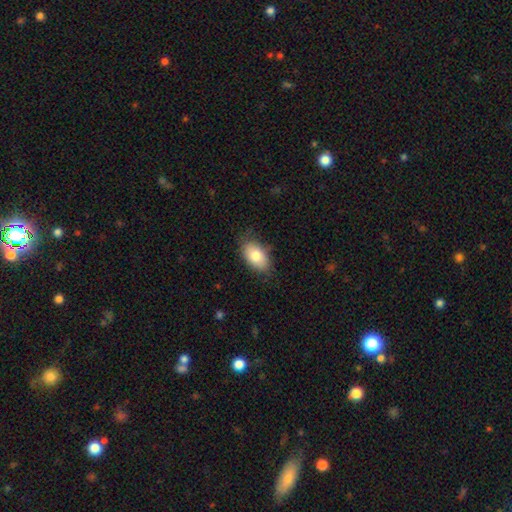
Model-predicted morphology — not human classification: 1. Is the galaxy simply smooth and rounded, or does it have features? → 80% smooth, 13% featured or disk, 7% star or artifact.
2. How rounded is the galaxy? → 92% in between, 6% round, 2% cigar-shaped.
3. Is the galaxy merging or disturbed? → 77% none, 18% minor disturbance, 4% major disturbance, 1% merger.